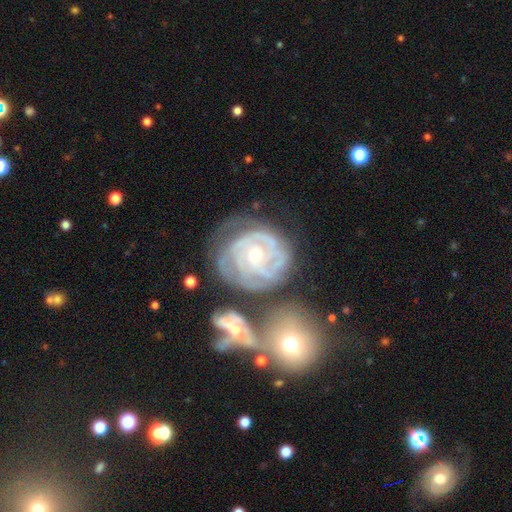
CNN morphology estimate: A featured or disk galaxy (85%) with no bar (72%), tight (72%) spiral arms (94%) and a small central bulge (50%).

Vote fractions:
- Smooth or featured? featured or disk: 85% / smooth: 9% / star or artifact: 6%
- Edge-on disk? no: 98% / yes: 2%
- Bar? no: 72% / weak: 22% / strong: 6%
- Spiral arms? yes: 94% / no: 6%
- Spiral winding? tight: 72% / medium: 22% / loose: 6%
- Spiral arm count? can't tell: 33% / 3: 26% / 4: 15% / 2: 14% / more than 4: 6% / 1: 6%
- Bulge size? small: 50% / moderate: 45% / large: 2% / none: 2% / dominant: 1%
- Merging? none: 44% / minor disturbance: 20% / merger: 20% / major disturbance: 16%